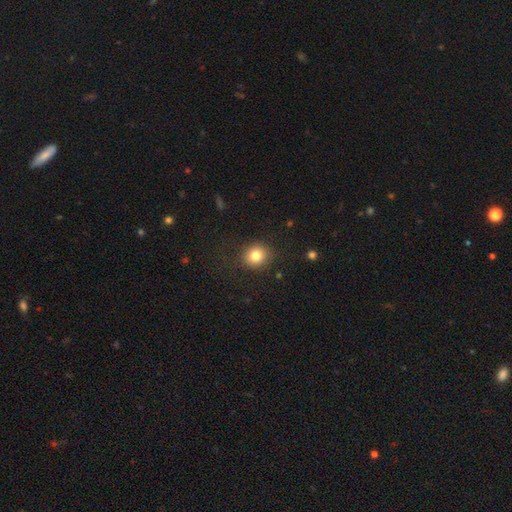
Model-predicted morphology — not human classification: Smooth or featured? Predicted: smooth (p=0.81). How rounded? Predicted: round (p=0.82). Merging? Predicted: none (p=0.87).